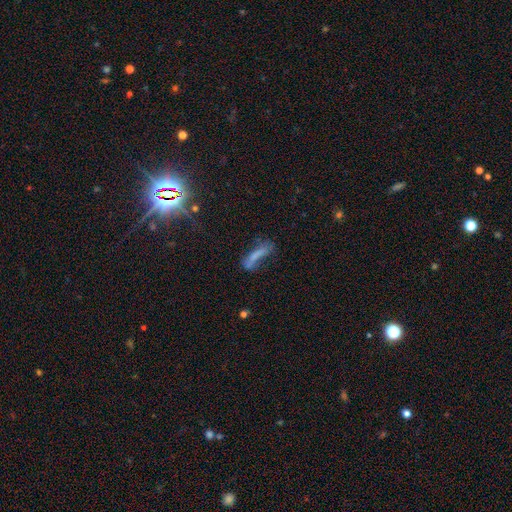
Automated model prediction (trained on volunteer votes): A smooth galaxy with no disk features (57%) that is cigar-shaped (75%). Merging: none (39%).